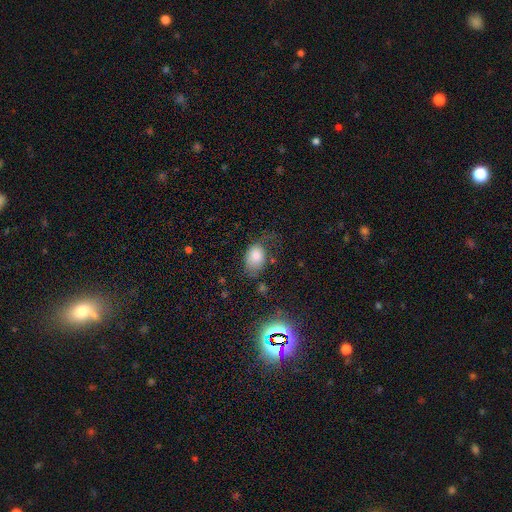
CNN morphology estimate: A smooth galaxy with no disk features (78%) that is in between round and cigar-shaped (78%).

Vote fractions:
- Smooth or featured? smooth: 78% / featured or disk: 11% / star or artifact: 11%
- How rounded? in between: 78% / round: 21% / cigar-shaped: 1%
- Merging? none: 44% / minor disturbance: 32% / major disturbance: 20% / merger: 4%